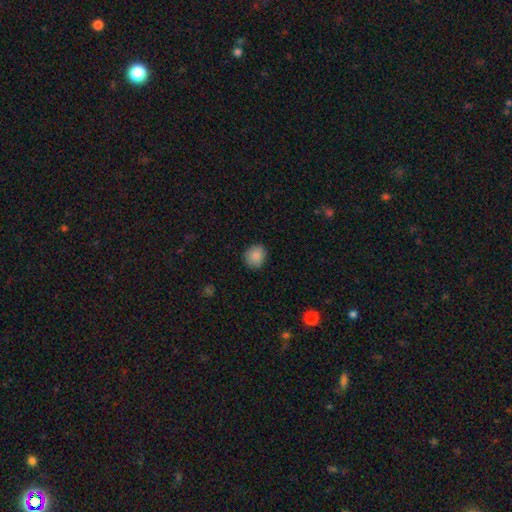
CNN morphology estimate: The model was most divided on "how rounded": round: 80%, in between: 19%, cigar-shaped: 1%. More confident: smooth or featured — smooth (88%); merging — none (85%).